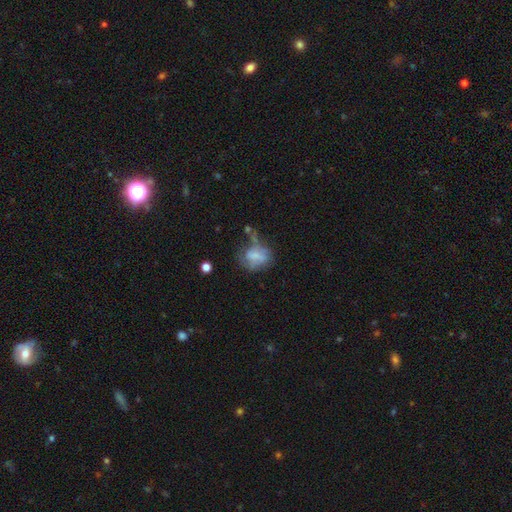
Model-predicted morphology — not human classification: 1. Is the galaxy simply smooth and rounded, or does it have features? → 54% smooth, 34% featured or disk, 11% star or artifact.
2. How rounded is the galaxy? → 60% in between, 39% round, 2% cigar-shaped.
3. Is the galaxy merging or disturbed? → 33% none, 30% major disturbance, 28% minor disturbance, 9% merger.